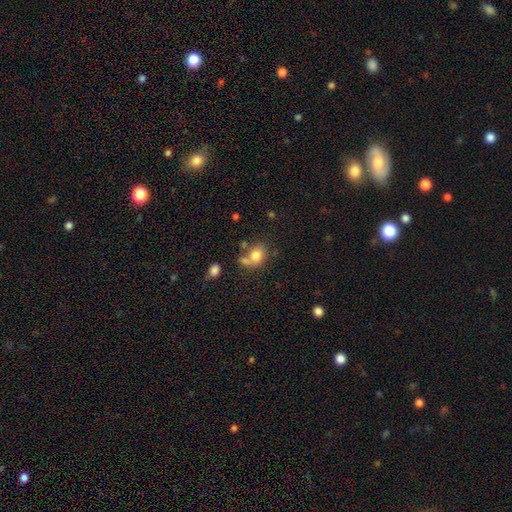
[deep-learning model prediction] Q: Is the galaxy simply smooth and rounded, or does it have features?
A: smooth — 78%.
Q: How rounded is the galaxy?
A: round — 54%.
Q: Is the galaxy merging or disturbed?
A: none — 48%.